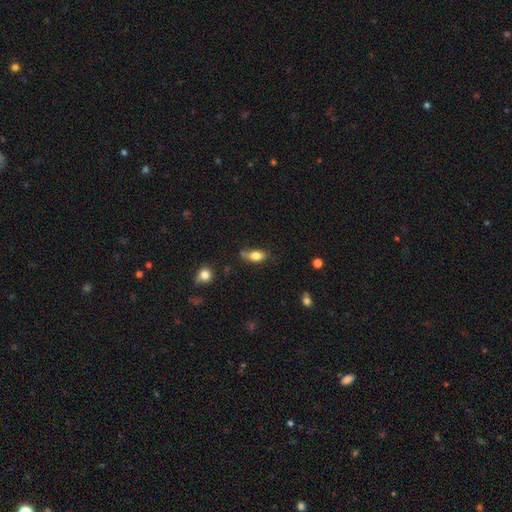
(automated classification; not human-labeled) smooth 79%, featured or disk 12%, star or artifact 8%. Down the decision tree: how rounded — in between (85%); merging — none (54%).